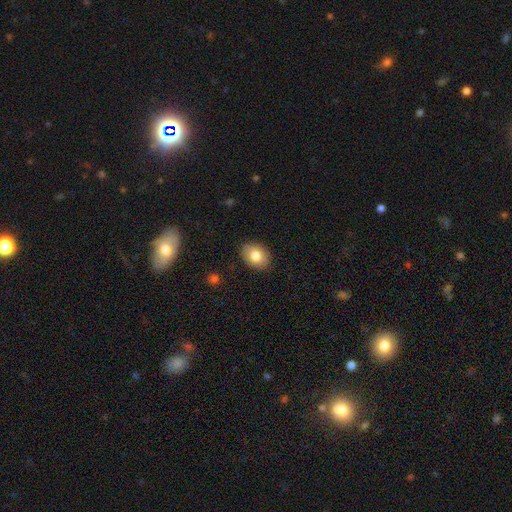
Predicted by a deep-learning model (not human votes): Smooth or featured: smooth — 81% (featured or disk — 12%)
How rounded: in between — 74% (round — 25%)
Merging: none — 88% (minor disturbance — 9%)